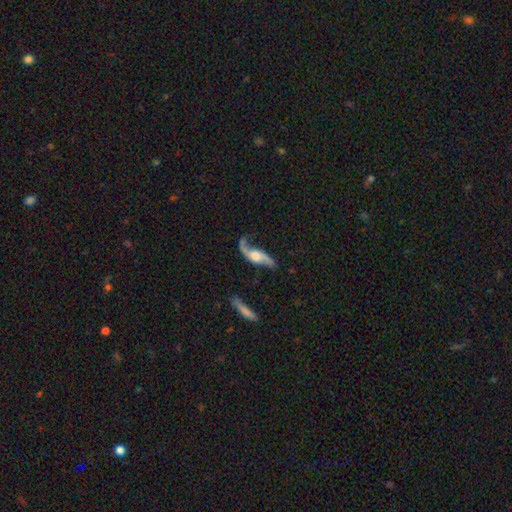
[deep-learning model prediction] Morphology: type=featured or disk (85%); edge-on=no (85%); bar=no (59%); spiral arms=yes (95%); winding=loose (84%); arm count=2 (91%); bulge=large (36%); merging=none (64%).